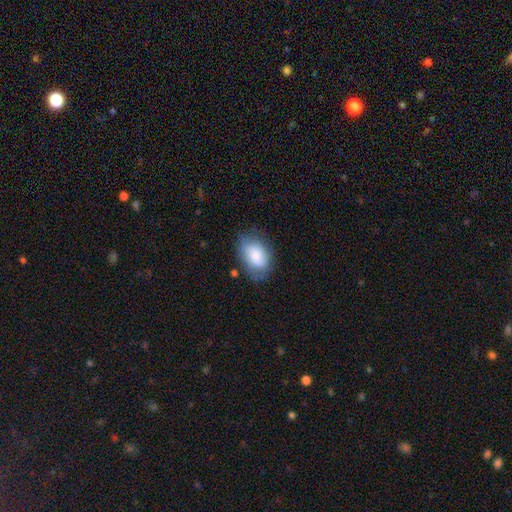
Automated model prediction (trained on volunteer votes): A smooth galaxy with no disk features (79%) that is in between round and cigar-shaped (87%).

Vote fractions:
- Smooth or featured? smooth: 79% / featured or disk: 14% / star or artifact: 7%
- How rounded? in between: 87% / round: 12% / cigar-shaped: 1%
- Merging? none: 67% / minor disturbance: 24% / major disturbance: 7% / merger: 2%